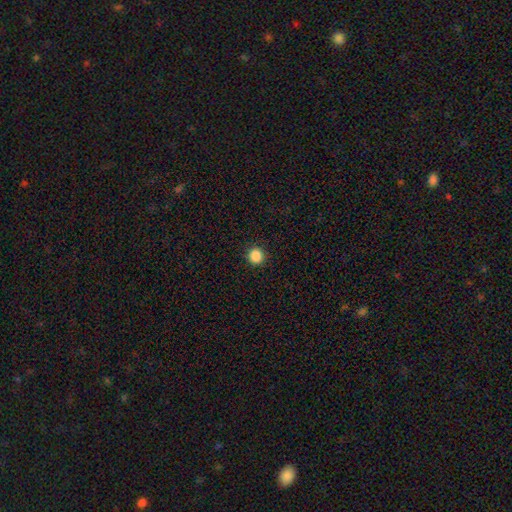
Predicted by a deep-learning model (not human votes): A smooth galaxy with no disk features (88%) that is round (93%).

Vote fractions:
- Smooth or featured? smooth: 88% / star or artifact: 10% / featured or disk: 2%
- How rounded? round: 93% / in between: 6% / cigar-shaped: 1%
- Merging? none: 92% / minor disturbance: 5% / major disturbance: 2% / merger: 1%